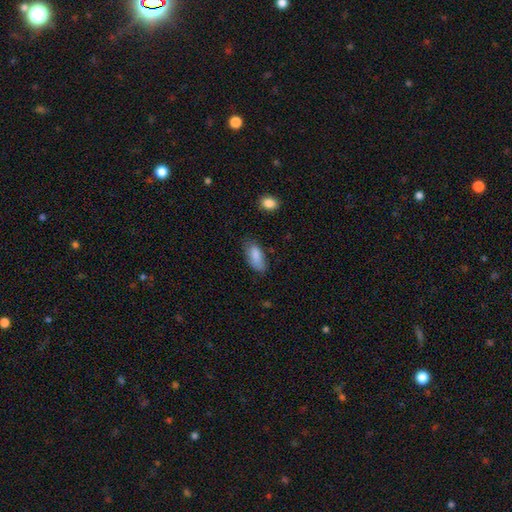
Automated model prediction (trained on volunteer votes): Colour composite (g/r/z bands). It shows a smooth galaxy with no disk features (85%) that is in between round and cigar-shaped (89%). Merging: none (66%).